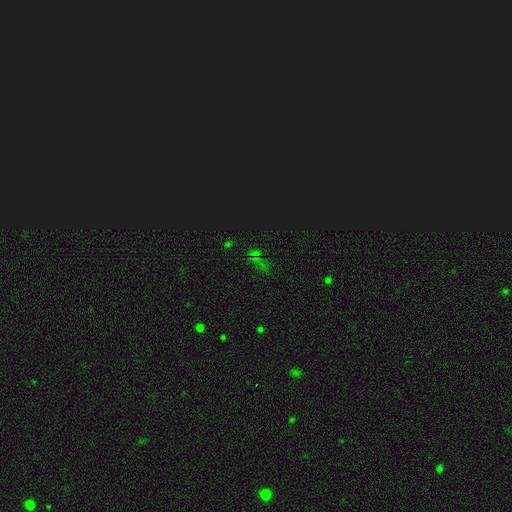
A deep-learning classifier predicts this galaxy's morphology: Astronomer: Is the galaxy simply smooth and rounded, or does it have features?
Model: star or artifact — 69%.